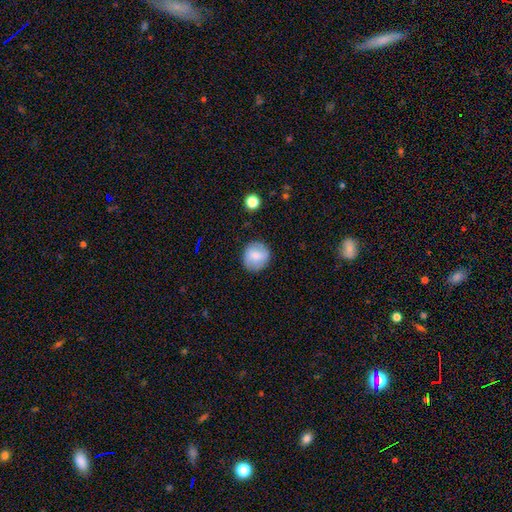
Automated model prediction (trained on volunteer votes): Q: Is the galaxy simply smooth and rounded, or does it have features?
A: smooth — 75%.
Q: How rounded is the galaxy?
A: round — 88%.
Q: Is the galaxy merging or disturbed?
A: none — 85%.